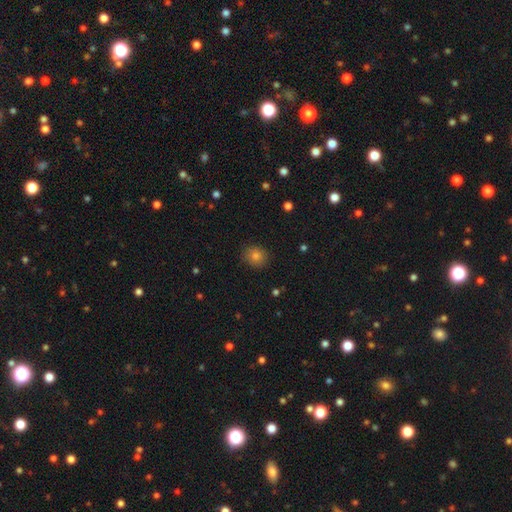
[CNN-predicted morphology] Smooth or featured? Predicted: smooth (p=0.80). How rounded? Predicted: round (p=0.82). Merging? Predicted: none (p=0.88).